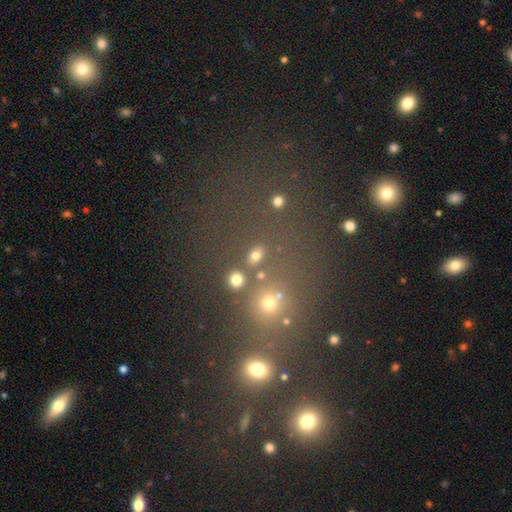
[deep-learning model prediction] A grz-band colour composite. It shows a smooth galaxy with no disk features (74%) that is in between round and cigar-shaped (59%). Merging: none (75%).